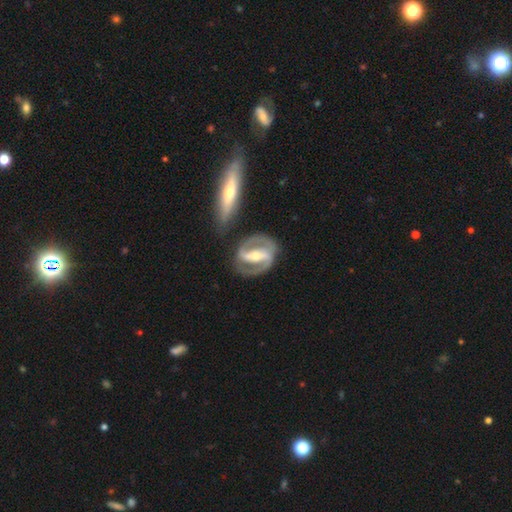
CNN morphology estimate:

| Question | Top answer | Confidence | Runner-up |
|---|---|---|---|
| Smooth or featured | featured or disk | 90% | smooth (6%) |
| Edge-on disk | no | 96% | yes (4%) |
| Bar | strong | 76% | weak (16%) |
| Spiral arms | yes | 95% | no (5%) |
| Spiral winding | medium | 49% | tight (40%) |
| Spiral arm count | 2 | 92% | can't tell (3%) |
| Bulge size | moderate | 58% | small (36%) |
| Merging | none | 78% | minor disturbance (12%) |